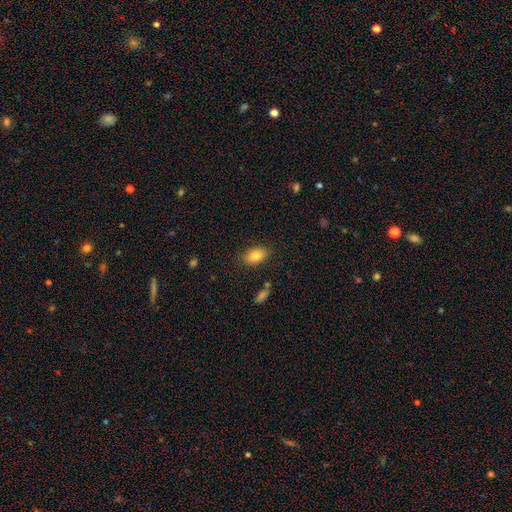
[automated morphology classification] A smooth galaxy with no disk features (82%) that is in between round and cigar-shaped (88%). Merging: none (83%).